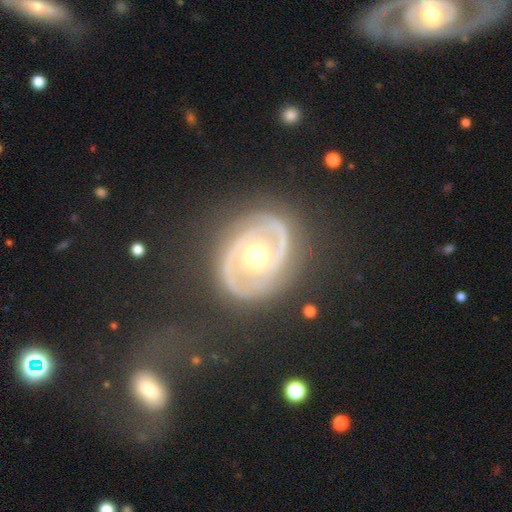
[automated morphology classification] smooth_or_featured: featured or disk (p=0.89) [alt: smooth p=0.07]
disk_edge_on: no (p=0.97) [alt: yes p=0.03]
bar: no (p=0.70) [alt: weak p=0.19]
has_spiral_arms: yes (p=0.87) [alt: no p=0.13]
spiral_winding: tight (p=0.55) [alt: medium p=0.35]
spiral_arm_count: 2 (p=0.86) [alt: can't tell p=0.05]
bulge_size: moderate (p=0.78) [alt: large p=0.10]
merging: none (p=0.79) [alt: minor disturbance p=0.12]